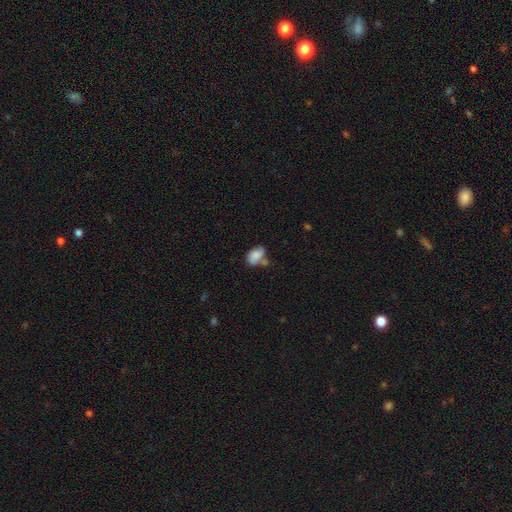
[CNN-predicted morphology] smooth 72%, featured or disk 19%, star or artifact 9%. Down the decision tree: how rounded — in between (84%); merging — none (41%).